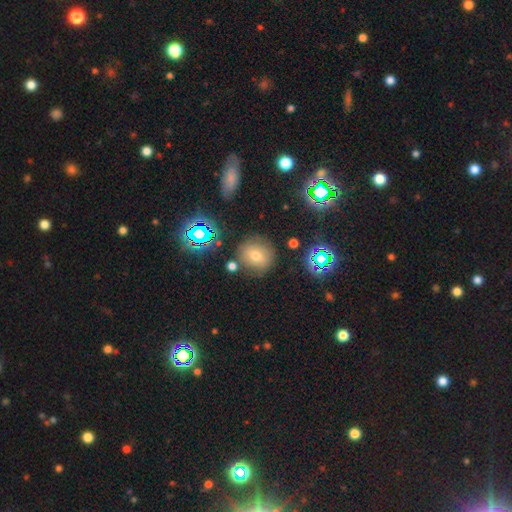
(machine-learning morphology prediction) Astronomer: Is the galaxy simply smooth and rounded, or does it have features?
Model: smooth — 58%.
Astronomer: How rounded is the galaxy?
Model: round — 85%.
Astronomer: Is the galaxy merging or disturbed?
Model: none — 79%.